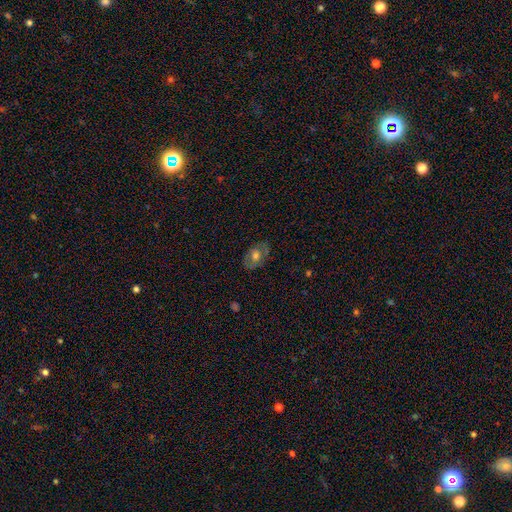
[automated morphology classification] Overall: smooth (53%; featured or disk 39%). How rounded: in between (82%). Merging: none (77%).